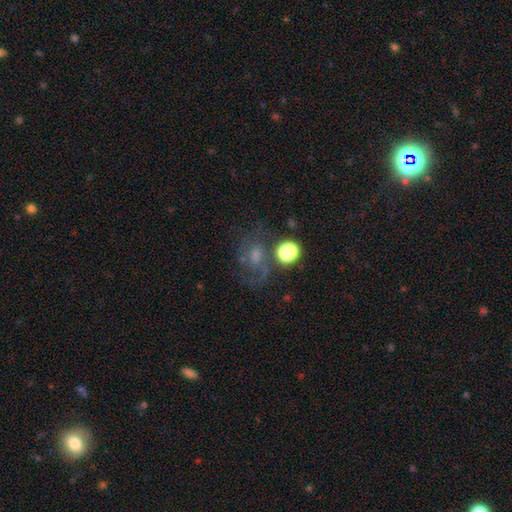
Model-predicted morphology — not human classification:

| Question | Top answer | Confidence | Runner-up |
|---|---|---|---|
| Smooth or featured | featured or disk | 48% | smooth (27%) |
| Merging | none | 51% | major disturbance (20%) |